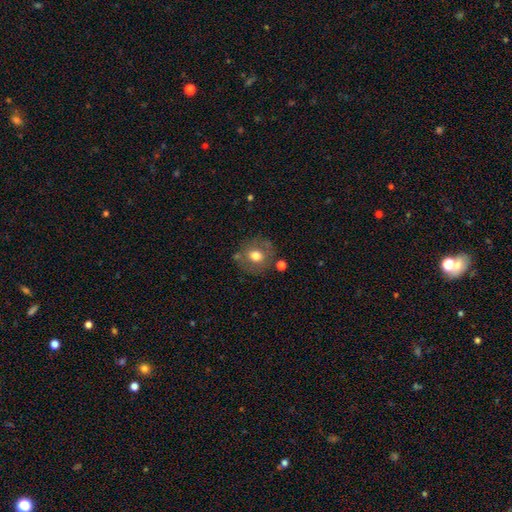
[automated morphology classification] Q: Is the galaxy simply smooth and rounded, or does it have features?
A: smooth — 66%.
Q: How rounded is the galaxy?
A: round — 79%.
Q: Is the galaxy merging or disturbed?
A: none — 73%.